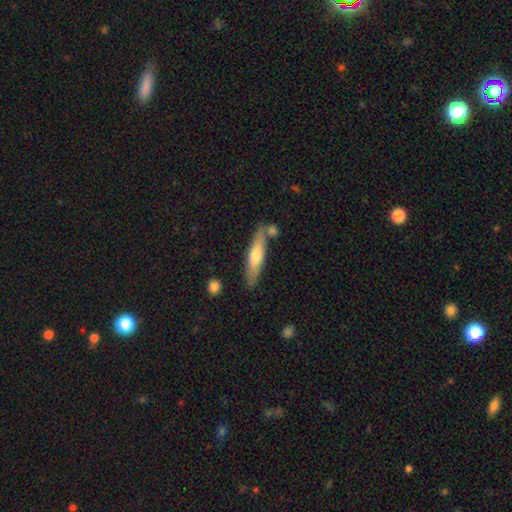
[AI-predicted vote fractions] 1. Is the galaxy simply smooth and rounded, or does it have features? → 54% smooth, 41% featured or disk, 5% star or artifact.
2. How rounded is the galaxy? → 79% cigar-shaped, 20% in between, 2% round.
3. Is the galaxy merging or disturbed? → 75% none, 13% minor disturbance, 9% merger, 3% major disturbance.